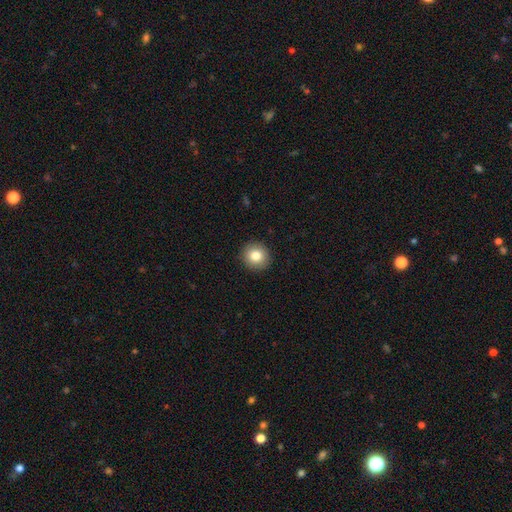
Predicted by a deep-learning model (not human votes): Smooth or featured? Predicted: smooth (p=0.83). How rounded? Predicted: round (p=0.92). Merging? Predicted: none (p=0.92).